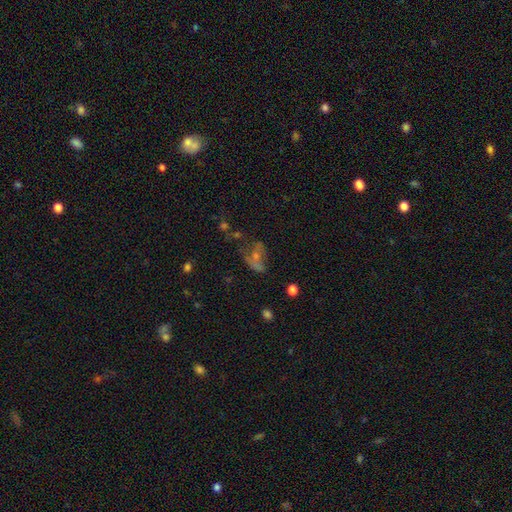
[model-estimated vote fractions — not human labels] smooth-or-featured: featured or disk: 40% | smooth: 31% | star or artifact: 29%
  merging: major disturbance: 37% | none: 32% | minor disturbance: 18% | merger: 13%